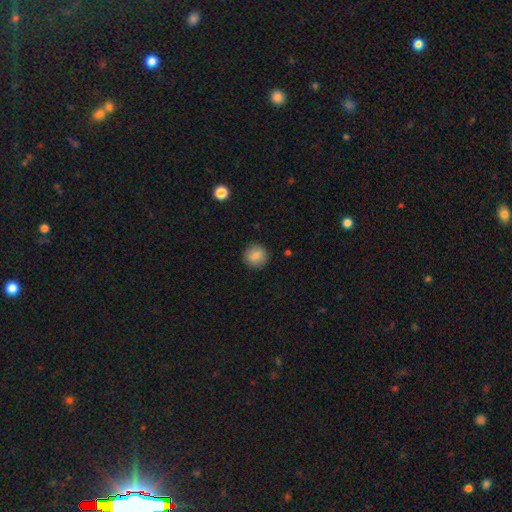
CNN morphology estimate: type=smooth (84%); roundness=round (90%); merging=none (90%).